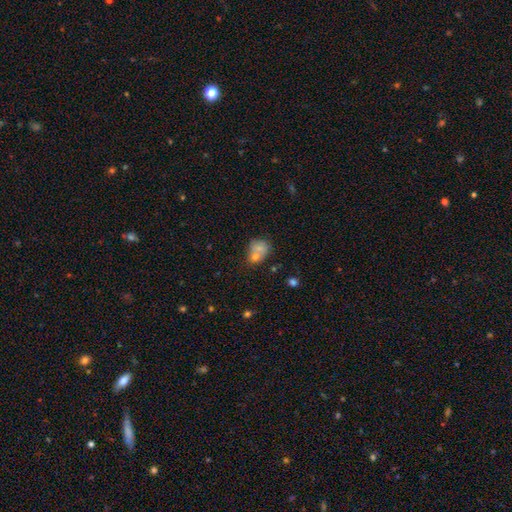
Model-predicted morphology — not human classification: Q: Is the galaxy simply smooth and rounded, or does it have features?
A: smooth — 65%.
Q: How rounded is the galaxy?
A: round — 63%.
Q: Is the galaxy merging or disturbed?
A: none — 43%.